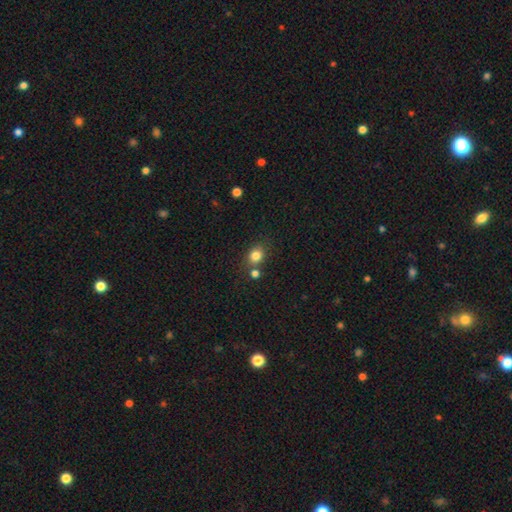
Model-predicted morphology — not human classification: A smooth galaxy with no disk features (81%) that is round (61%). Merging: none (68%).